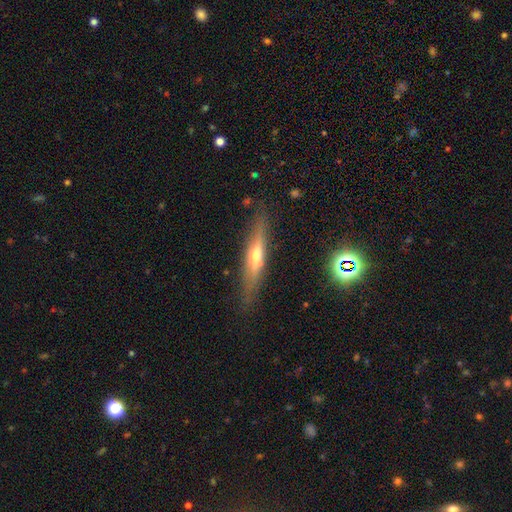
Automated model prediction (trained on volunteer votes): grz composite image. It shows a featured or disk galaxy (63%) viewed edge-on (92%) with a rounded central bulge (81%). Merging: none (81%).